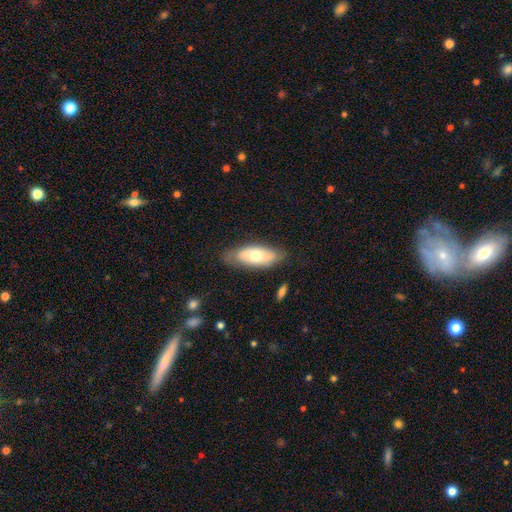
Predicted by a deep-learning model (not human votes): Overall: smooth (56%; featured or disk 38%). How rounded: in between (84%). Merging: none (71%).